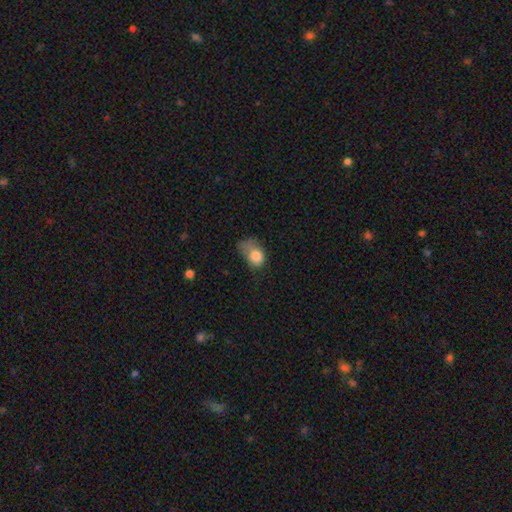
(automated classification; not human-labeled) This appears to be a smooth galaxy with no disk features (79%) that is in between round and cigar-shaped (66%). Merging: major disturbance (44%).